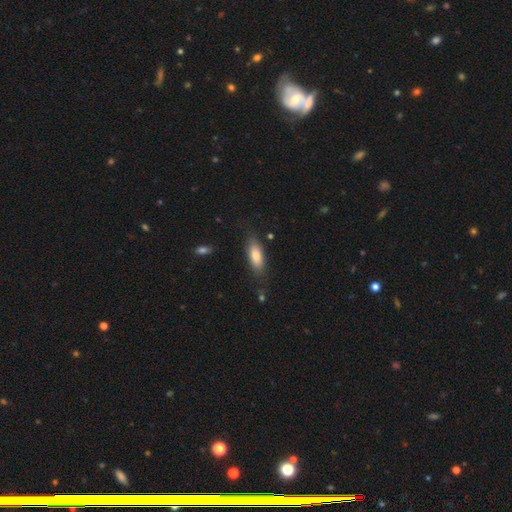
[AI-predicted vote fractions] smooth-or-featured: smooth: 81% | featured or disk: 13% | star or artifact: 6%
  how-rounded: in between: 70% | cigar-shaped: 28% | round: 2%
  merging: none: 77% | minor disturbance: 17% | major disturbance: 5% | merger: 2%